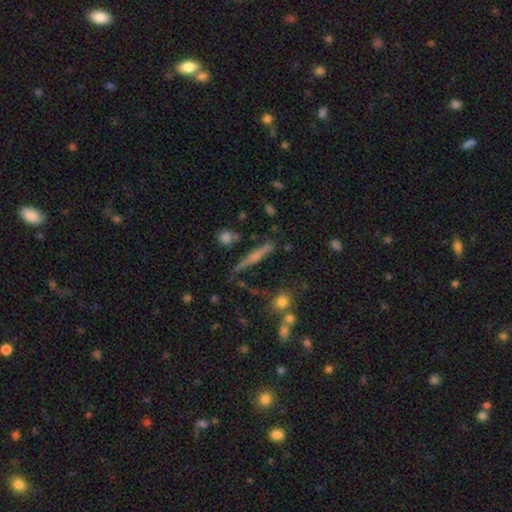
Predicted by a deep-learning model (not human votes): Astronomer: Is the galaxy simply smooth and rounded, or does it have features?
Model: featured or disk — 49% (runner-up: smooth, 40%).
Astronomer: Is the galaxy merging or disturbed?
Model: none — 79%.